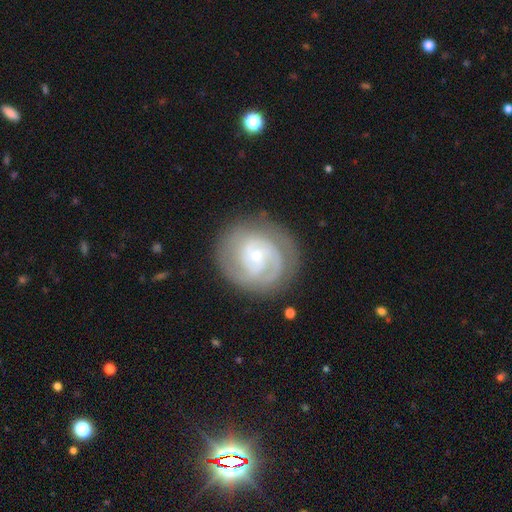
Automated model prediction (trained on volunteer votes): Smooth or featured: featured or disk — 84% (smooth — 11%)
Edge-on disk: no — 98% (yes — 2%)
Bar: no — 60% (weak — 33%)
Spiral arms: yes — 96% (no — 4%)
Spiral winding: tight — 65% (medium — 29%)
Spiral arm count: 2 — 45% (3 — 22%)
Bulge size: small — 67% (moderate — 29%)
Merging: none — 81% (minor disturbance — 13%)